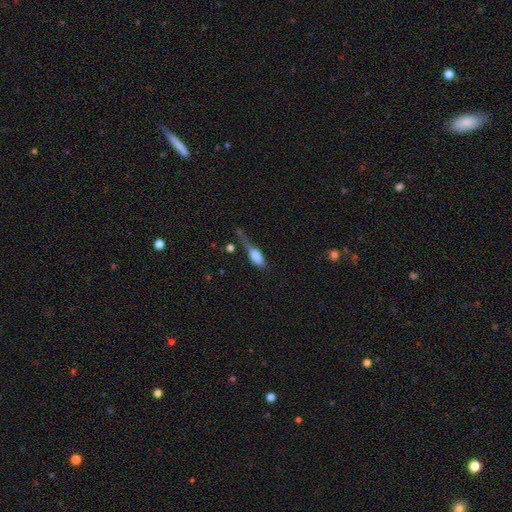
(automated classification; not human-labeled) smooth-or-featured: smooth: 72% | featured or disk: 20% | star or artifact: 9%
  how-rounded: in between: 69% | cigar-shaped: 26% | round: 5%
  merging: major disturbance: 35% | minor disturbance: 28% | none: 25% | merger: 12%